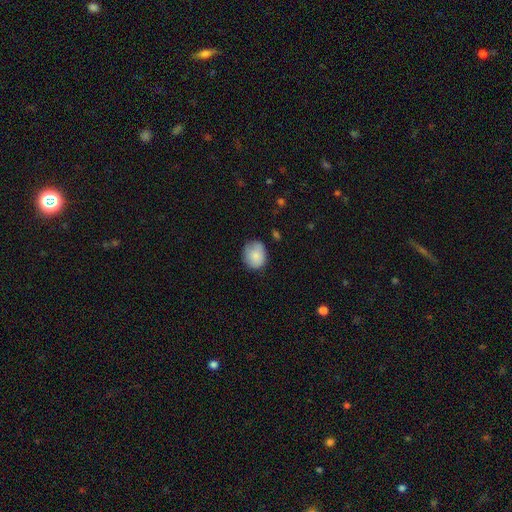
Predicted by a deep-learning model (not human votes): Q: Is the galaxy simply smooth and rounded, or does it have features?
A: smooth — 84%.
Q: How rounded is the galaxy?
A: round — 71%.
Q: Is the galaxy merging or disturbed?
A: none — 73%.